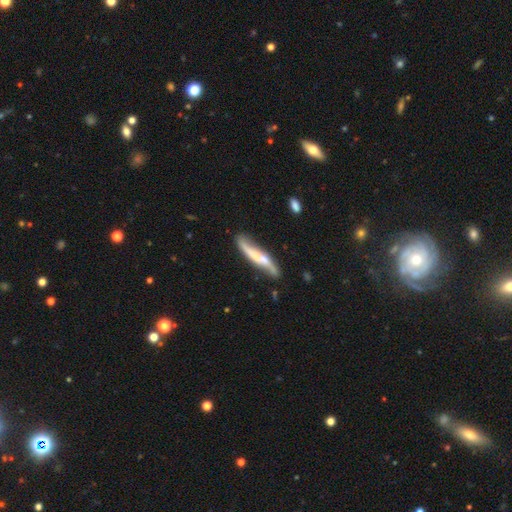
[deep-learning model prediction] smooth-or-featured: featured or disk: 64% | smooth: 31% | star or artifact: 5%
  disk-edge-on: yes: 53% | no: 47%
  merging: none: 64% | minor disturbance: 24% | major disturbance: 6% | merger: 5%